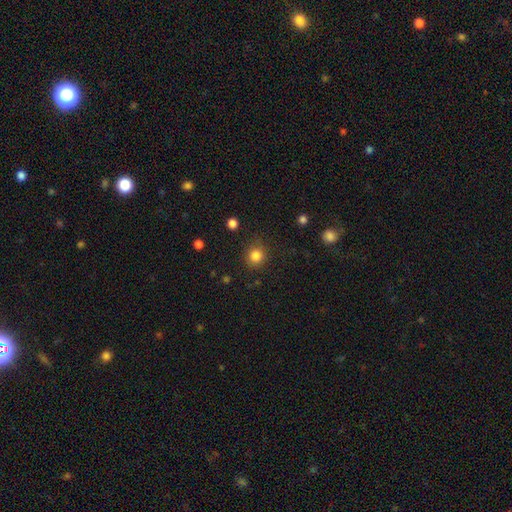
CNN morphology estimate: Smooth or featured? smooth (83%)
How rounded? round (91%)
Merging? none (87%)